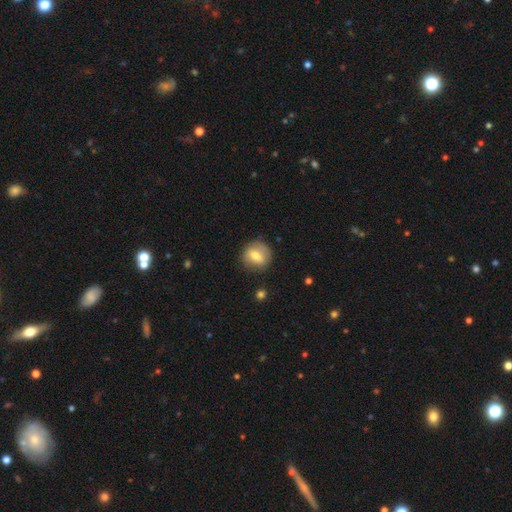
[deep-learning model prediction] Smooth or featured? smooth (66%)
How rounded? round (79%)
Merging? none (80%)